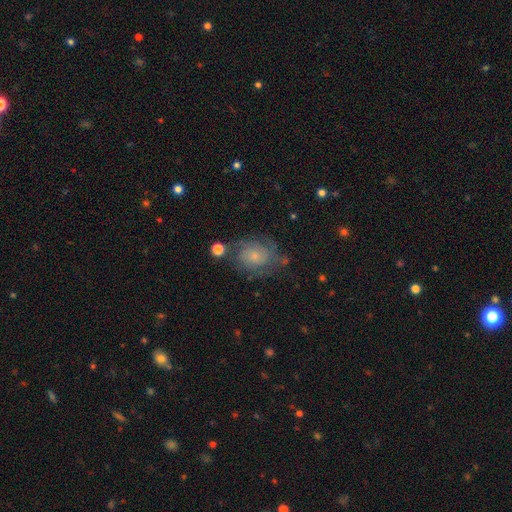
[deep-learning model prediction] featured or disk 59%, smooth 29%, star or artifact 12%. Down the decision tree: edge-on disk — no (97%); bar — no (78%); spiral arms — yes (83%); bulge size — small (64%); merging — none (64%).